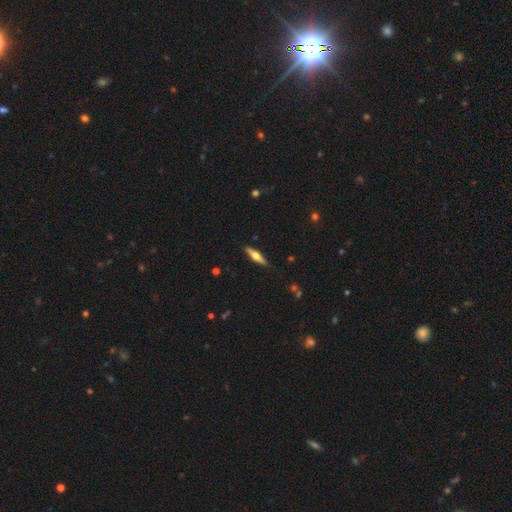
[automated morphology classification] smooth-or-featured: featured or disk: 61% | smooth: 33% | star or artifact: 6%
  disk-edge-on: yes: 96% | no: 4%
    edge-on-bulge: rounded: 93% | boxy: 4% | none: 3%
  merging: none: 89% | minor disturbance: 8% | major disturbance: 2% | merger: 1%